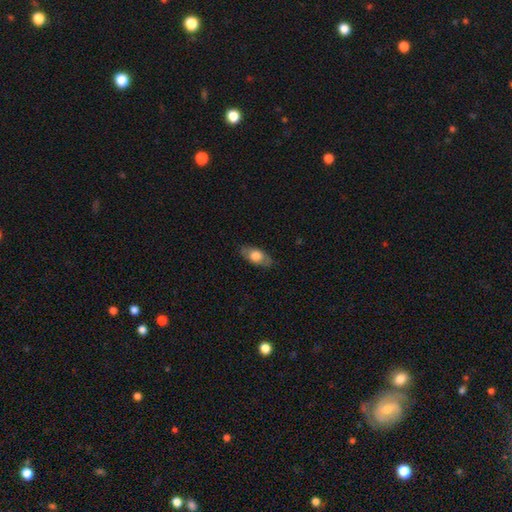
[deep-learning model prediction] Smooth or featured? Predicted: smooth (p=0.66). How rounded? Predicted: in between (p=0.84). Merging? Predicted: none (p=0.79).